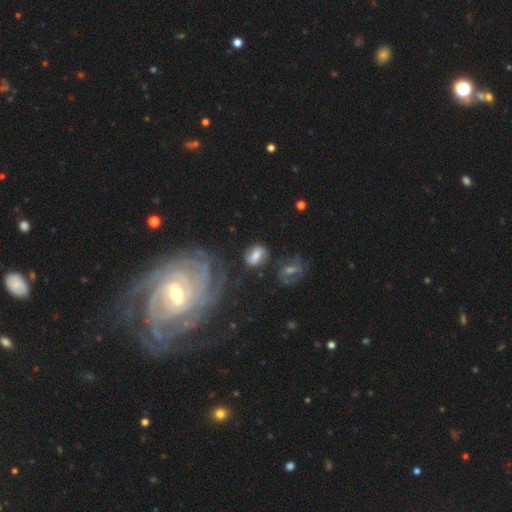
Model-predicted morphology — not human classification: The model was most divided on "smooth or featured": smooth: 54%, featured or disk: 36%, star or artifact: 10%. More confident: merging — none (69%); how rounded — in between (66%).